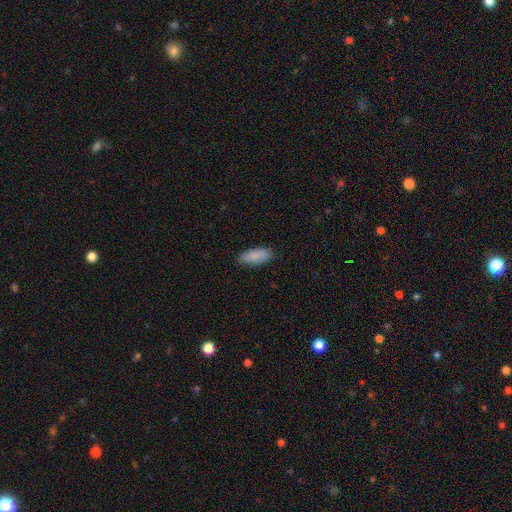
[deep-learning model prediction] smooth-or-featured: smooth: 87% | featured or disk: 7% | star or artifact: 6%
  how-rounded: in between: 83% | cigar-shaped: 15% | round: 2%
  merging: none: 86% | minor disturbance: 11% | major disturbance: 2% | merger: 1%